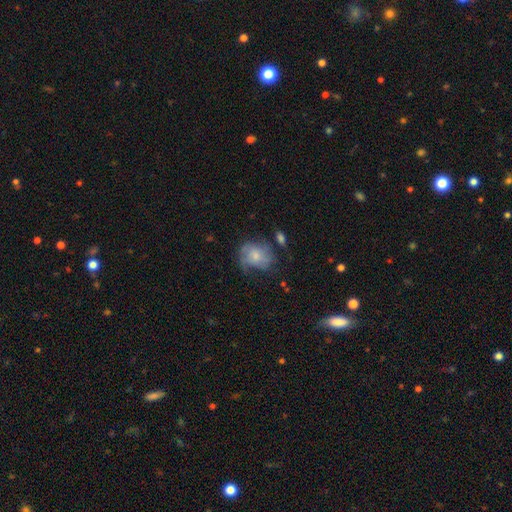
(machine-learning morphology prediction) A smooth galaxy with no disk features (60%) that is round (55%). Merging: none (43%).